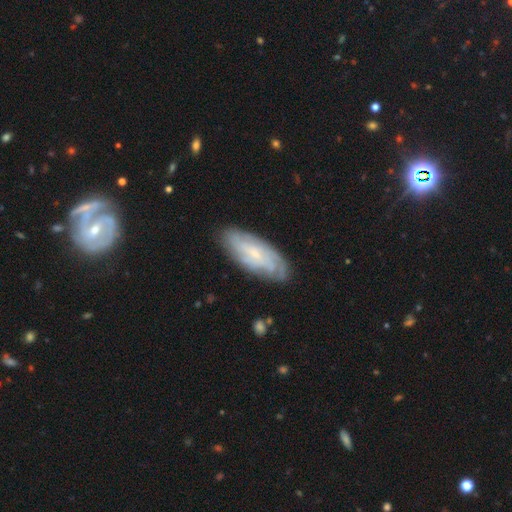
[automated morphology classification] Smooth or featured: featured or disk — 60% (smooth — 32%)
Edge-on disk: no — 84% (yes — 16%)
Bar: no — 62% (weak — 31%)
Spiral arms: yes — 85% (no — 15%)
Bulge size: small — 70% (moderate — 20%)
Merging: none — 80% (minor disturbance — 15%)